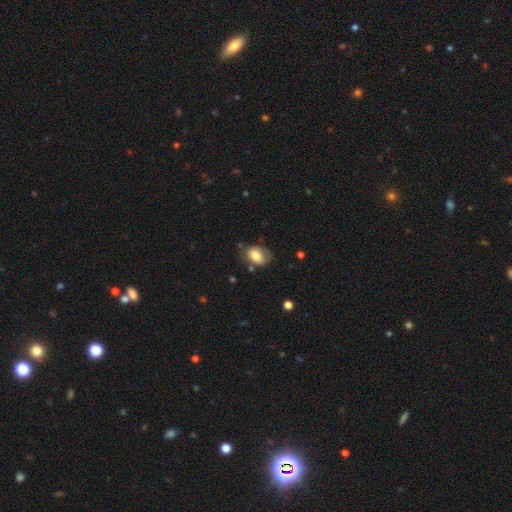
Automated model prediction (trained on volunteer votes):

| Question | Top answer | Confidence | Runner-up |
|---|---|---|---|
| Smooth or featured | smooth | 74% | featured or disk (18%) |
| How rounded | in between | 79% | round (20%) |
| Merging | none | 55% | minor disturbance (30%) |